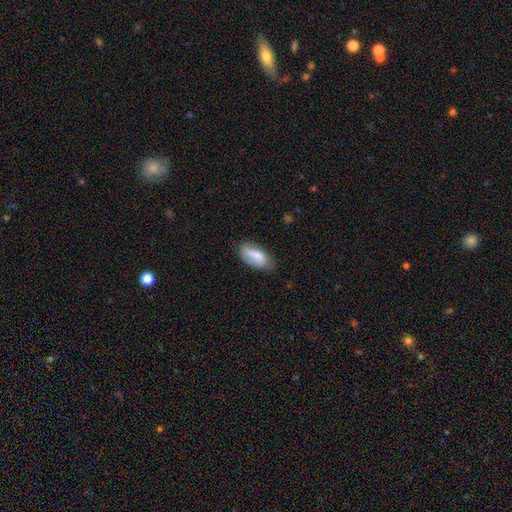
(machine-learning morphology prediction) Smooth or featured? smooth (72%)
How rounded? in between (90%)
Merging? none (65%)